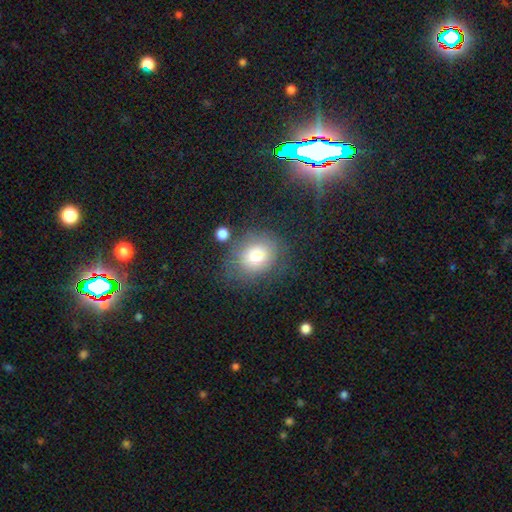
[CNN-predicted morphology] Q: Smooth or featured?
A: smooth (77%); runner-up: featured or disk (12%)
Q: How rounded?
A: round (50%); runner-up: in between (49%)
Q: Merging?
A: none (67%); runner-up: minor disturbance (19%)